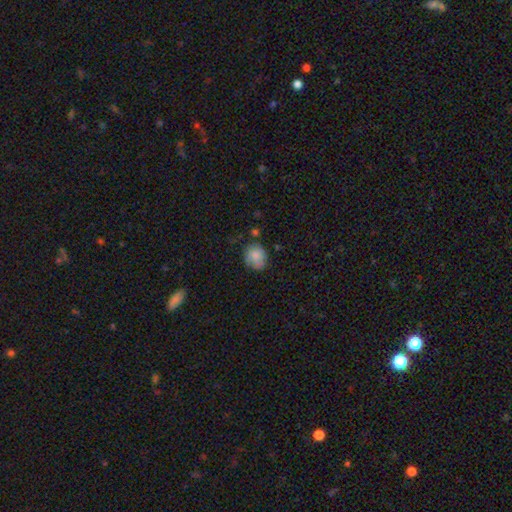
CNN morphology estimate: This appears to be a smooth galaxy with no disk features (82%) that is round (59%). Merging: none (60%).